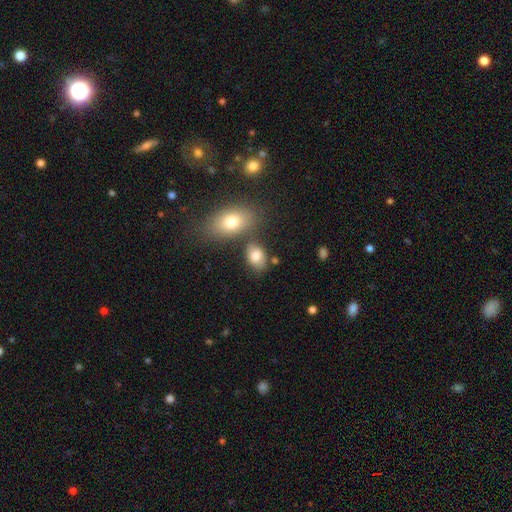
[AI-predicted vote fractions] smooth 80%, featured or disk 11%, star or artifact 9%. Down the decision tree: how rounded — in between (82%); merging — none (63%).